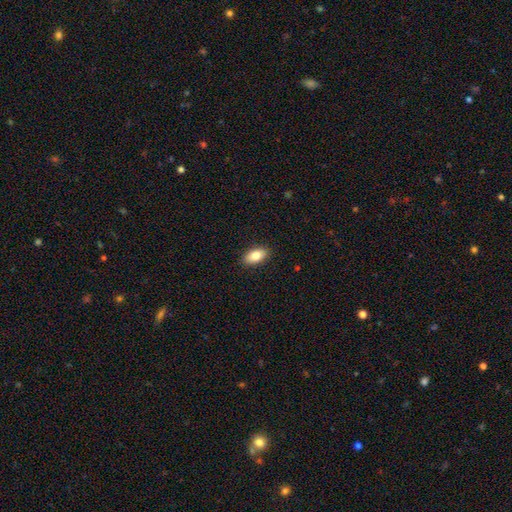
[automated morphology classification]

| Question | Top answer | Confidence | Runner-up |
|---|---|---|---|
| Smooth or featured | smooth | 83% | featured or disk (11%) |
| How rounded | in between | 90% | cigar-shaped (6%) |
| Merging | none | 90% | minor disturbance (8%) |